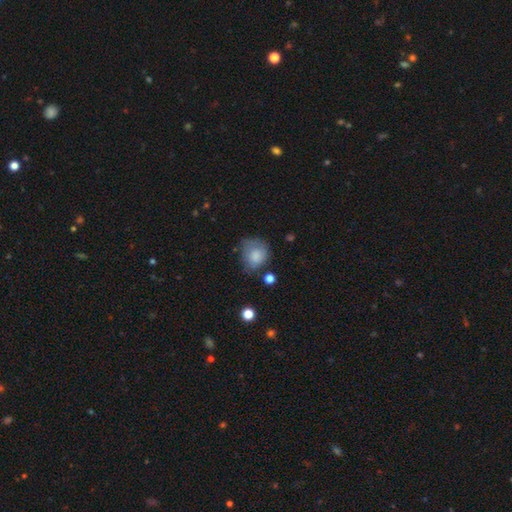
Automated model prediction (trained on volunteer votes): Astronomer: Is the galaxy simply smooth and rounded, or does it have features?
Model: smooth — 76%.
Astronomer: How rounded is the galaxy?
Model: round — 67%.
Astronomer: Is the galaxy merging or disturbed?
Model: none — 45% (runner-up: minor disturbance, 33%).